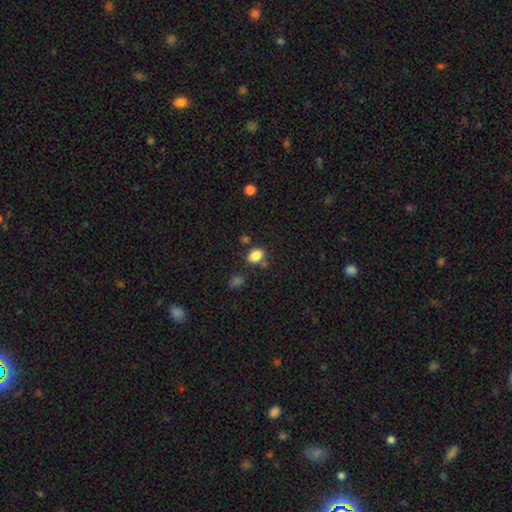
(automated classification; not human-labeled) Smooth or featured: smooth — 85% (star or artifact — 10%)
How rounded: in between — 76% (round — 23%)
Merging: none — 73% (minor disturbance — 14%)